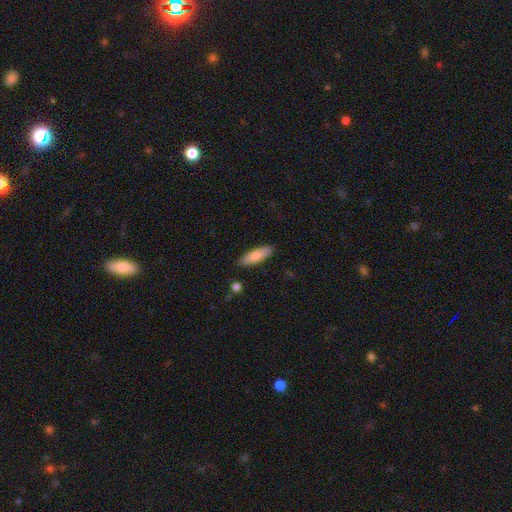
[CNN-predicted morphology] The model was most divided on "how rounded": cigar-shaped: 50%, in between: 48%, round: 2%. More confident: merging — none (87%); smooth or featured — smooth (78%).